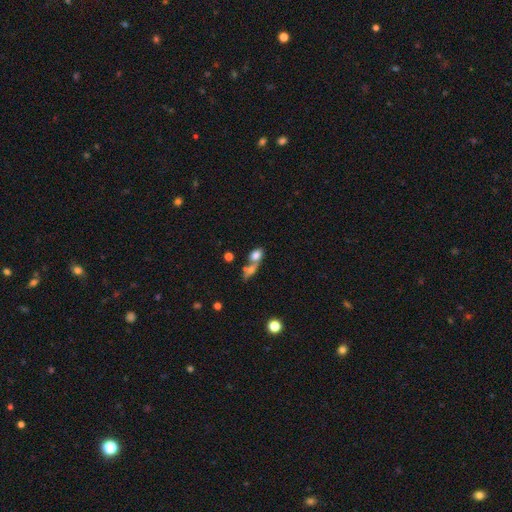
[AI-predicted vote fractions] Morphology: type=smooth (72%); roundness=in between (70%); merging=merger (55%).